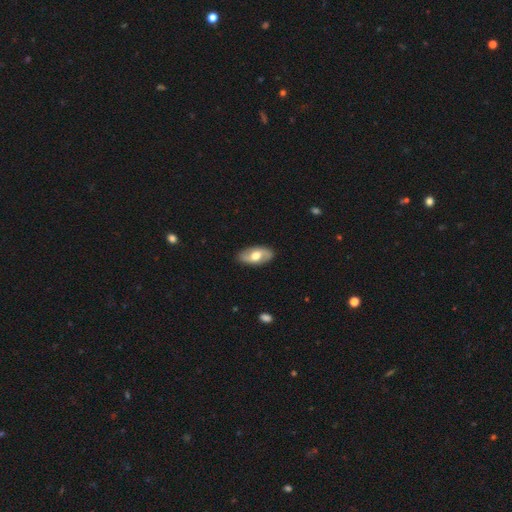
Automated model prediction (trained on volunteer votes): Smooth or featured?
  - featured or disk: 49% *
  - smooth: 45%
  - star or artifact: 6%
Merging?
  - none: 86% *
  - minor disturbance: 10%
  - major disturbance: 2%
  - merger: 1%